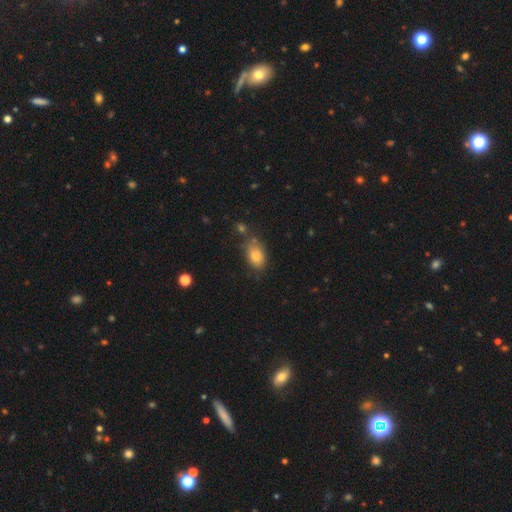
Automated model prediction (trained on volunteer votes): A smooth galaxy with no disk features (83%) that is in between round and cigar-shaped (84%). Merging: none (60%).